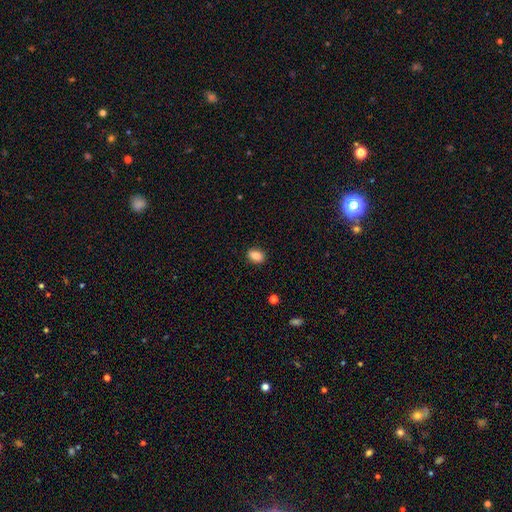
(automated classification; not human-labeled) Smooth or featured: smooth — 85% (star or artifact — 9%)
How rounded: in between — 79% (round — 19%)
Merging: none — 88% (minor disturbance — 9%)